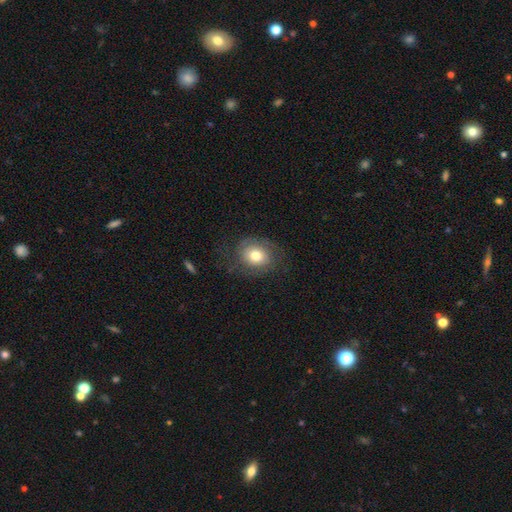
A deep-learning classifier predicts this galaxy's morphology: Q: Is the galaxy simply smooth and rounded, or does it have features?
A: smooth — 61%.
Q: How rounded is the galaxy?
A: round — 64%.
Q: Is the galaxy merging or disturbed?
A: none — 70%.